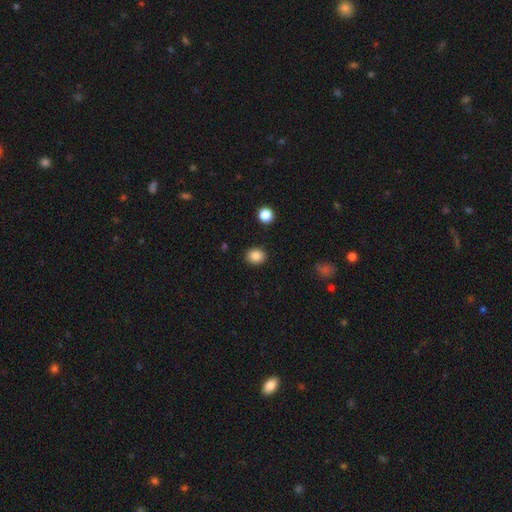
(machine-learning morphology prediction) Q: Smooth or featured?
A: smooth (86%); runner-up: star or artifact (10%)
Q: How rounded?
A: round (60%); runner-up: in between (39%)
Q: Merging?
A: none (90%); runner-up: minor disturbance (7%)